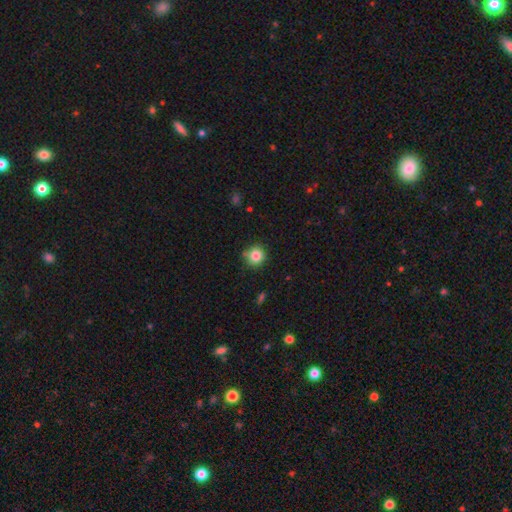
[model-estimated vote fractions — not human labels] Morphology: type=smooth (83%); roundness=round (90%); merging=none (81%).